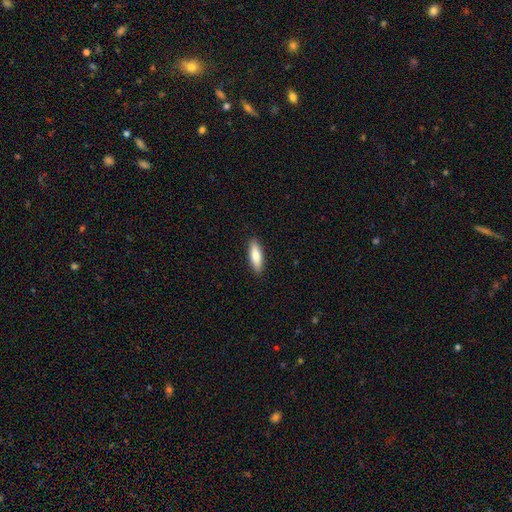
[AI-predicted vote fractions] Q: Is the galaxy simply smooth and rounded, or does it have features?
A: smooth — 80%.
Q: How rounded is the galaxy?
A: cigar-shaped — 54%.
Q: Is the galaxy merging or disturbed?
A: none — 90%.